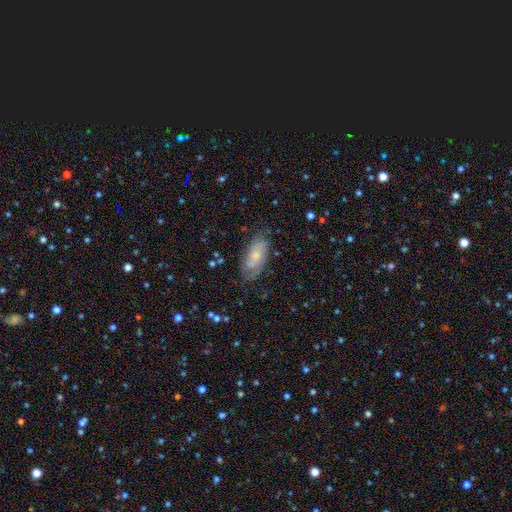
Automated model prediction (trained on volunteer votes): Smooth or featured?
  - featured or disk: 58% *
  - smooth: 34%
  - star or artifact: 9%
Edge-on disk?
  - no: 91% *
  - yes: 9%
Bar?
  - no: 69% *
  - weak: 26%
  - strong: 4%
Spiral arms?
  - yes: 85% *
  - no: 15%
Bulge size?
  - small: 53% *
  - moderate: 36%
  - none: 7%
  - large: 3%
  - dominant: 1%
Merging?
  - none: 71% *
  - minor disturbance: 20%
  - major disturbance: 7%
  - merger: 2%